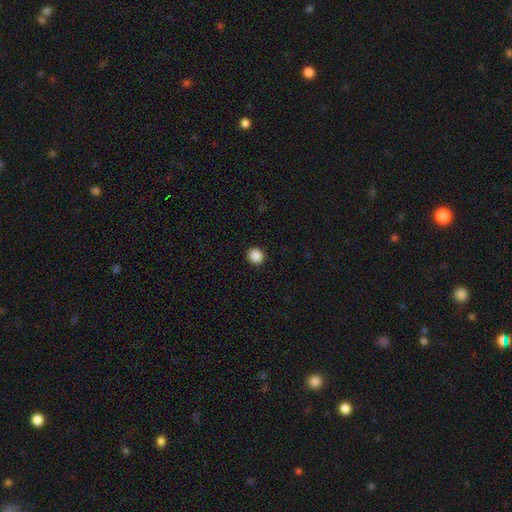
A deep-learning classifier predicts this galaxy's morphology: Smooth or featured? smooth (88%)
How rounded? round (90%)
Merging? none (93%)